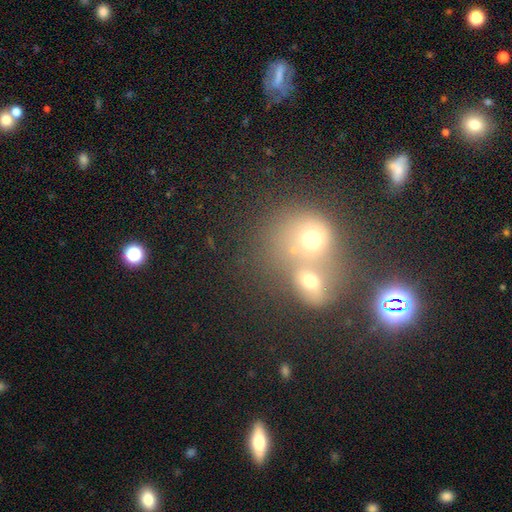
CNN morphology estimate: smooth-or-featured: smooth: 53% | star or artifact: 27% | featured or disk: 20%
  how-rounded: round: 74% | in between: 25% | cigar-shaped: 2%
  merging: merger: 57% | none: 31% | minor disturbance: 7% | major disturbance: 5%